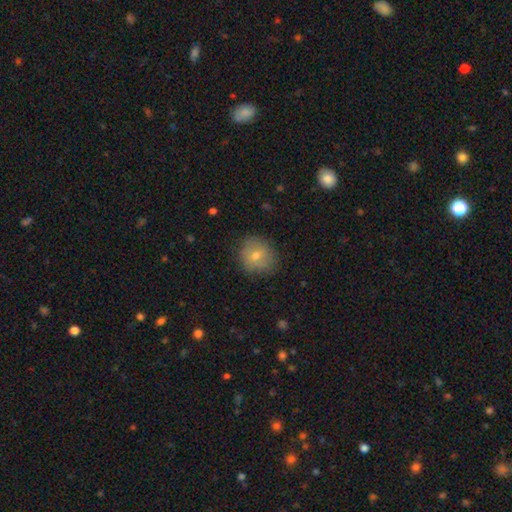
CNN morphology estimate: Smooth or featured?
  - smooth: 69% *
  - featured or disk: 20%
  - star or artifact: 11%
How rounded?
  - round: 84% *
  - in between: 15%
  - cigar-shaped: 1%
Merging?
  - none: 83% *
  - minor disturbance: 13%
  - major disturbance: 3%
  - merger: 1%